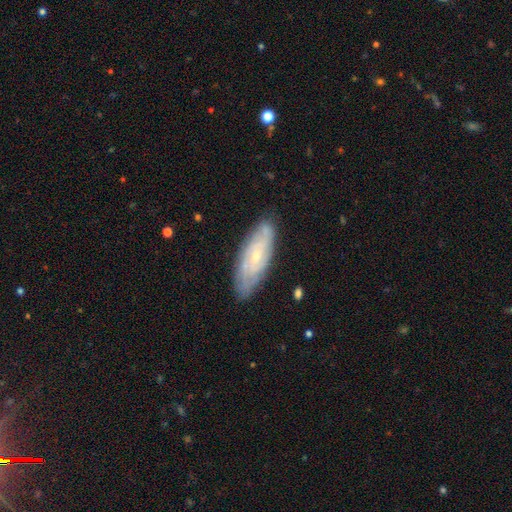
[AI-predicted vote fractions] smooth_or_featured: featured or disk (p=0.66) [alt: smooth p=0.28]
disk_edge_on: no (p=0.83) [alt: yes p=0.17]
bar: no (p=0.69) [alt: weak p=0.26]
has_spiral_arms: yes (p=0.84) [alt: no p=0.16]
bulge_size: small (p=0.73) [alt: moderate p=0.22]
merging: none (p=0.80) [alt: minor disturbance p=0.15]